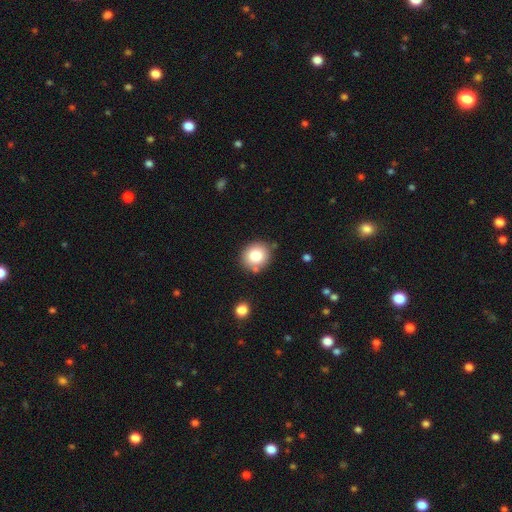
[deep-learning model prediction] A smooth galaxy with no disk features (82%) that is round (81%).

Vote fractions:
- Smooth or featured? smooth: 82% / star or artifact: 9% / featured or disk: 8%
- How rounded? round: 81% / in between: 18% / cigar-shaped: 1%
- Merging? none: 79% / minor disturbance: 12% / merger: 6% / major disturbance: 3%